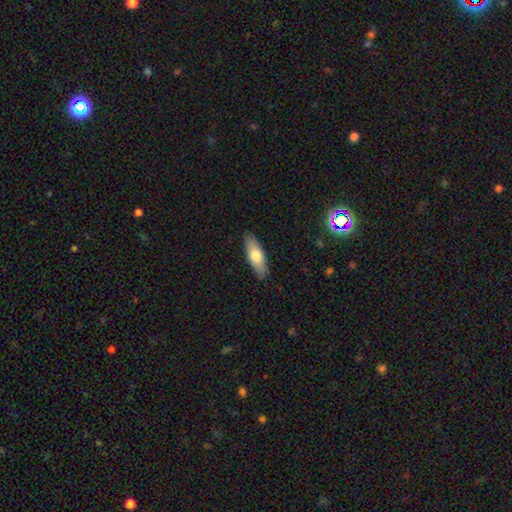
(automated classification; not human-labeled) Smooth or featured: smooth — 69% (featured or disk — 25%)
How rounded: in between — 64% (cigar-shaped — 33%)
Merging: none — 88% (minor disturbance — 9%)